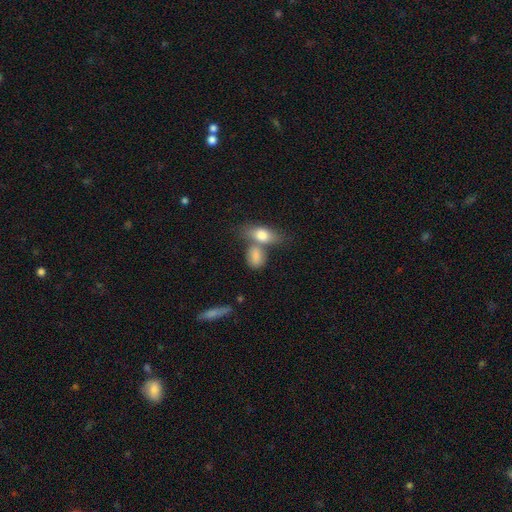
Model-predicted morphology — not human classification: smooth 80%, featured or disk 12%, star or artifact 8%. Down the decision tree: how rounded — in between (76%); merging — merger (44%).